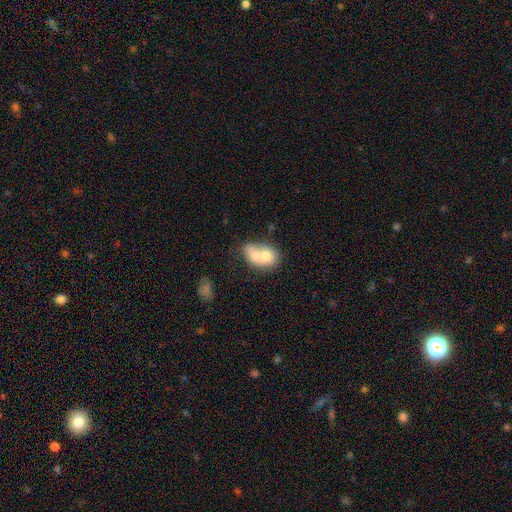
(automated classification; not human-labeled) Smooth or featured? Predicted: smooth (p=0.63). How rounded? Predicted: in between (p=0.56). Merging? Predicted: merger (p=0.77).